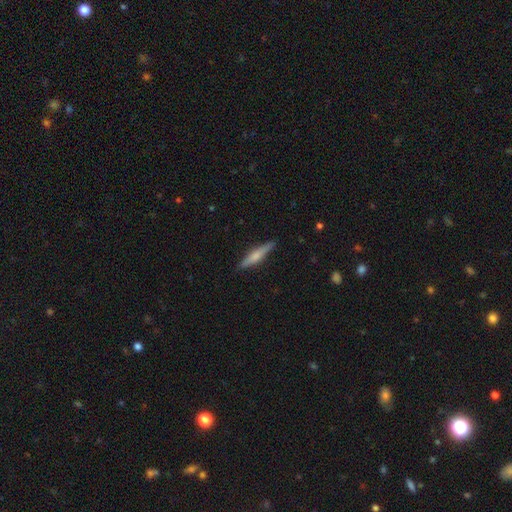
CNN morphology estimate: A featured or disk galaxy (50%). Merging: none (88%).